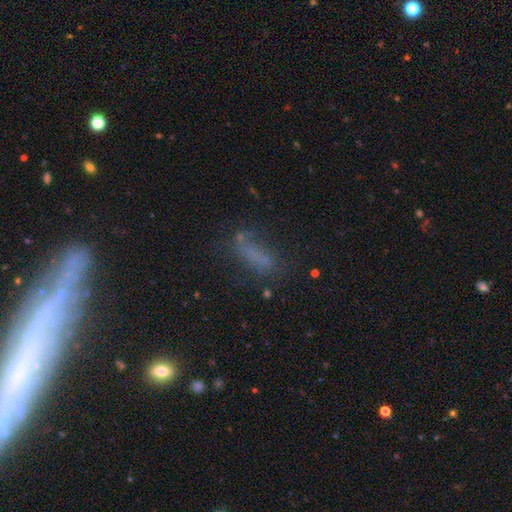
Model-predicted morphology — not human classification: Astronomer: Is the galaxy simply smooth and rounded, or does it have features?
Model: smooth — 53%.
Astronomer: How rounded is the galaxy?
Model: in between — 50% (runner-up: cigar-shaped, 45%).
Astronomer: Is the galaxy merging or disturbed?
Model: none — 48% (runner-up: major disturbance, 23%).